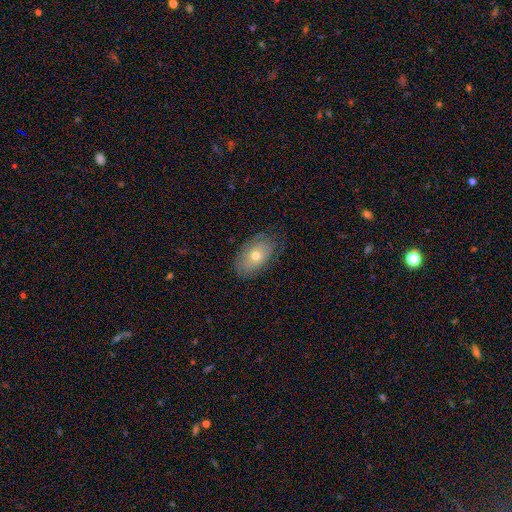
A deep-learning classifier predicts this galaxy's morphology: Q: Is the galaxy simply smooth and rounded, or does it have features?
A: smooth — 57%.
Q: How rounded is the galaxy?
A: in between — 89%.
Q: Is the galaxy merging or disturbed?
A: none — 72%.